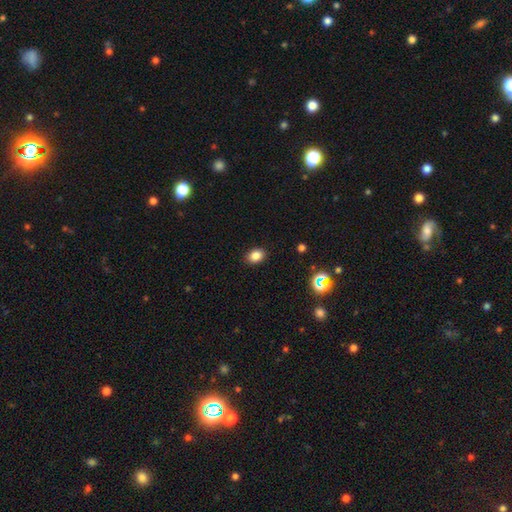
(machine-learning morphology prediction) This is clearly a smooth galaxy (83%). How rounded: likely in between (64%). Merging: clearly none (89%).